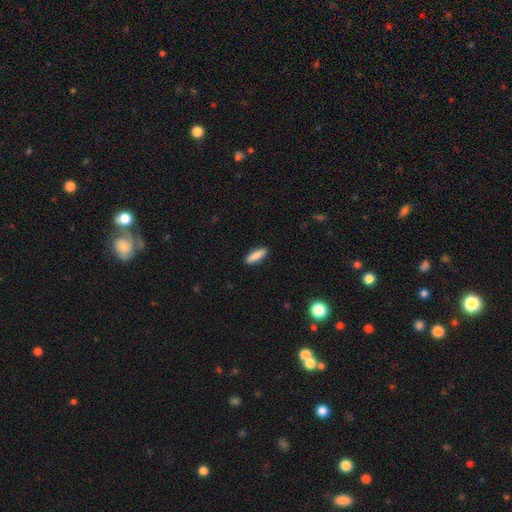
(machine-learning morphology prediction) Smooth or featured? smooth (88%)
How rounded? cigar-shaped (56%)
Merging? none (90%)